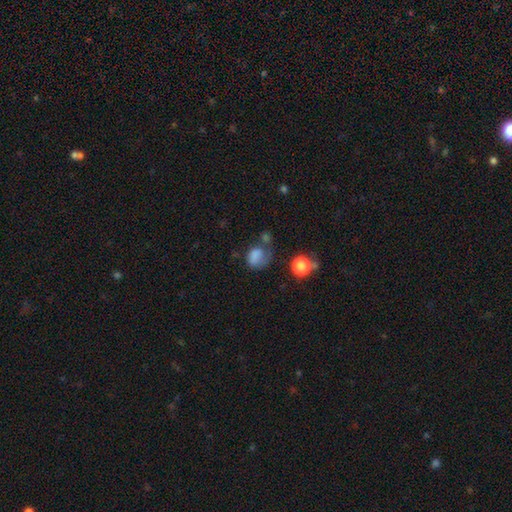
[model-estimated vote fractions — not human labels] This appears to be a smooth galaxy with no disk features (71%) that is in between round and cigar-shaped (52%). Merging: none (33%).